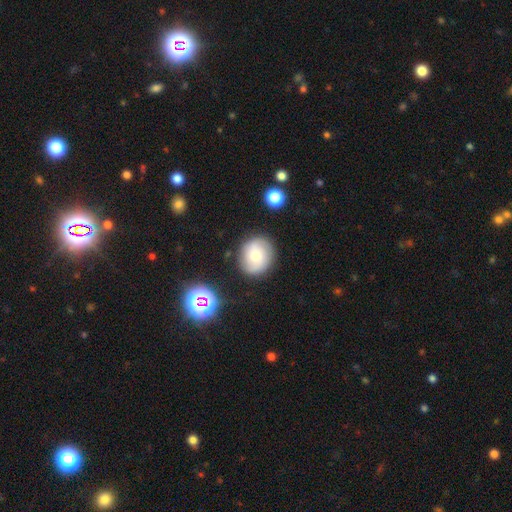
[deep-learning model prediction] Overall: smooth (52%; featured or disk 37%). How rounded: round (80%). Merging: none (83%).